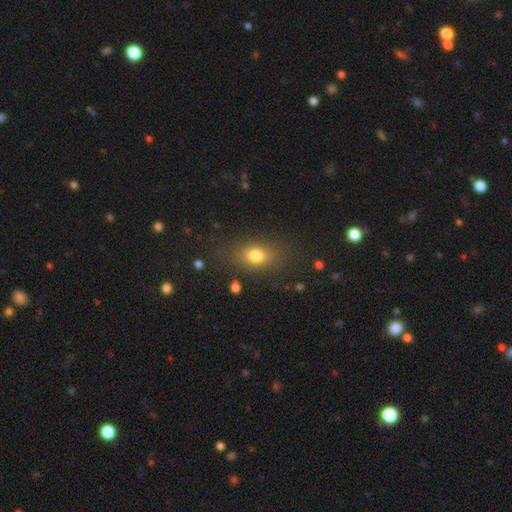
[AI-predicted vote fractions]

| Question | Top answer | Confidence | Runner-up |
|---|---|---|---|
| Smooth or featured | smooth | 78% | star or artifact (12%) |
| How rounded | in between | 70% | round (27%) |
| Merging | none | 79% | minor disturbance (13%) |